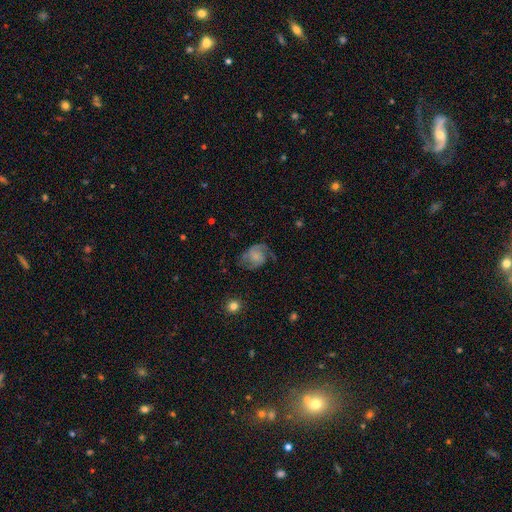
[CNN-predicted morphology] type=featured or disk (70%); edge-on=no (98%); bar=no (69%); spiral arms=yes (92%); winding=medium (47%); arm count=2 (71%); bulge=small (49%); merging=none (54%).